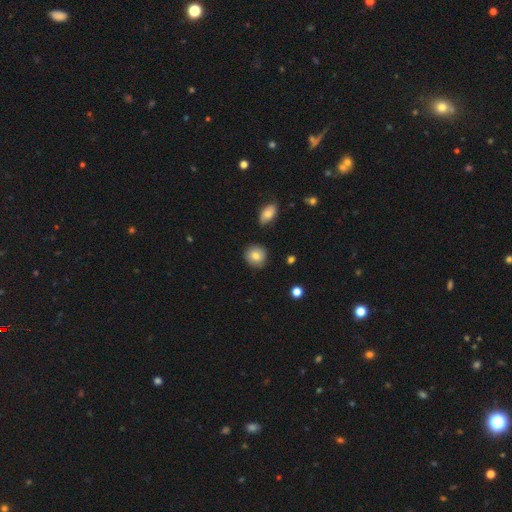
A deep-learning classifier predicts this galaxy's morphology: type=smooth (76%); roundness=round (87%); merging=none (85%).